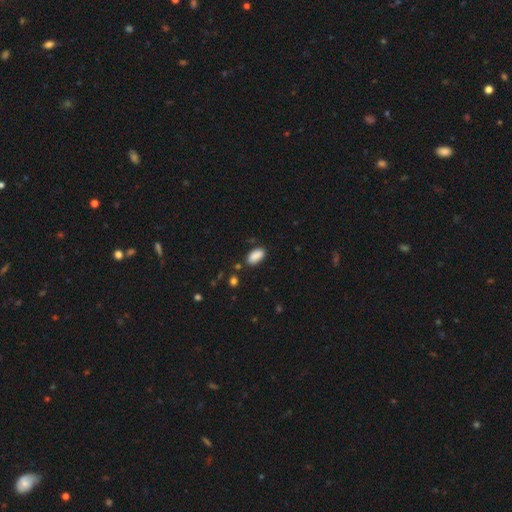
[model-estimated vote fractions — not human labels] This is clearly a smooth galaxy (89%). How rounded: clearly in between (93%). Merging: clearly none (81%).